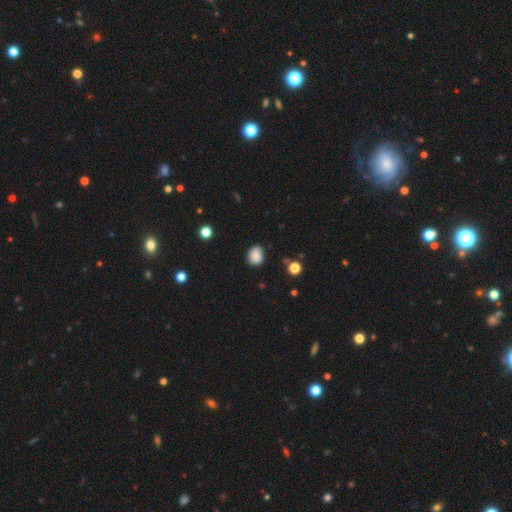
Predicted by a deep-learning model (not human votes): Morphology: type=smooth (85%); roundness=round (56%); merging=none (75%).